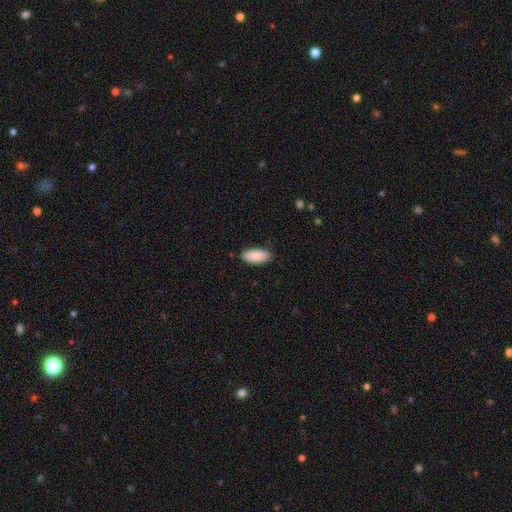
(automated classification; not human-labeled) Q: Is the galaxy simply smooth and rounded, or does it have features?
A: smooth — 88%.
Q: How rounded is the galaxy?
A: in between — 90%.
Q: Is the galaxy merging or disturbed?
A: none — 86%.